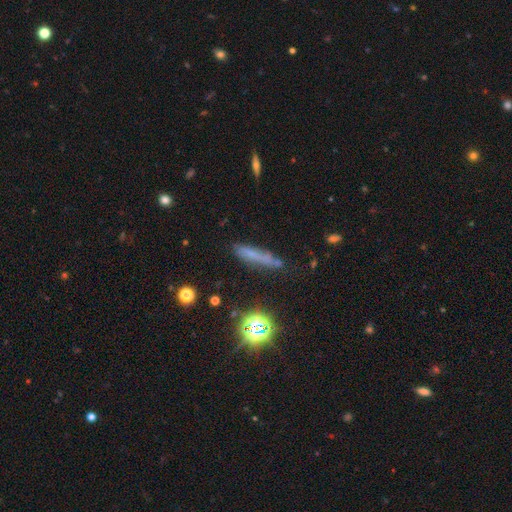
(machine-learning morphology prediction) This is possibly a smooth galaxy (56%). How rounded: clearly cigar-shaped (87%). Merging: likely none (70%).